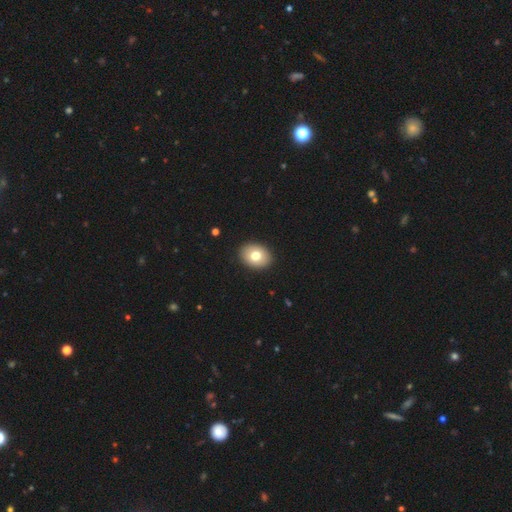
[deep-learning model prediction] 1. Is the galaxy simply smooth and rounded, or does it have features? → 76% smooth, 16% featured or disk, 8% star or artifact.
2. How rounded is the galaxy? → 64% in between, 36% round, 1% cigar-shaped.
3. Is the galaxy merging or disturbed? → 91% none, 6% minor disturbance, 2% major disturbance, 1% merger.